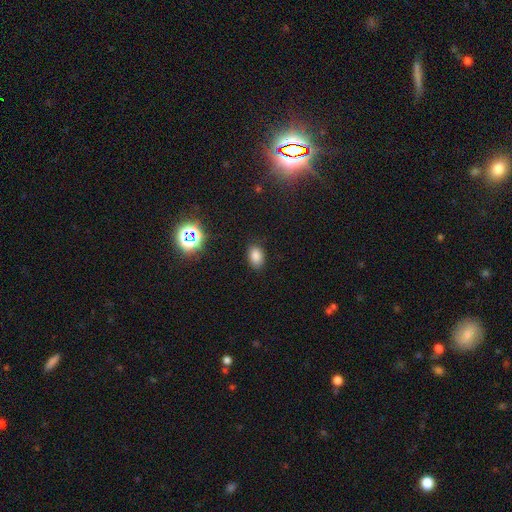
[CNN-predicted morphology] A smooth galaxy with no disk features (80%) that is in between round and cigar-shaped (81%). Merging: none (84%).